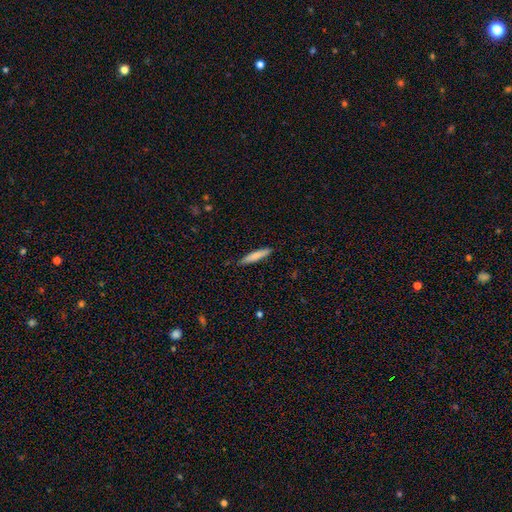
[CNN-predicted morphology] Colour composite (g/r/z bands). It shows a smooth galaxy with no disk features (78%) that is cigar-shaped (91%). Merging: none (87%).